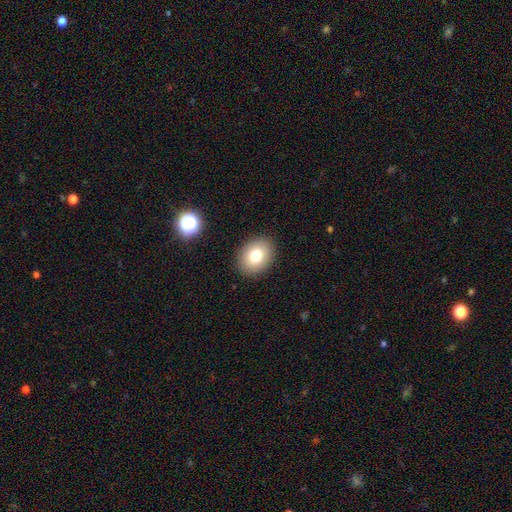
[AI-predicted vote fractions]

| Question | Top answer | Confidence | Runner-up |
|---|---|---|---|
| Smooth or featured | smooth | 78% | featured or disk (12%) |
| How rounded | in between | 60% | round (39%) |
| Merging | none | 89% | minor disturbance (8%) |